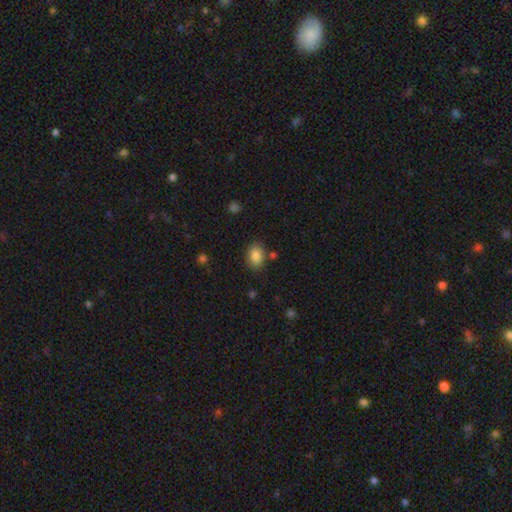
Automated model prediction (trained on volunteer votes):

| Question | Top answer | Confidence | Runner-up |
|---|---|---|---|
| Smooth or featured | smooth | 86% | star or artifact (9%) |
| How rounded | in between | 74% | round (25%) |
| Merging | none | 79% | minor disturbance (13%) |